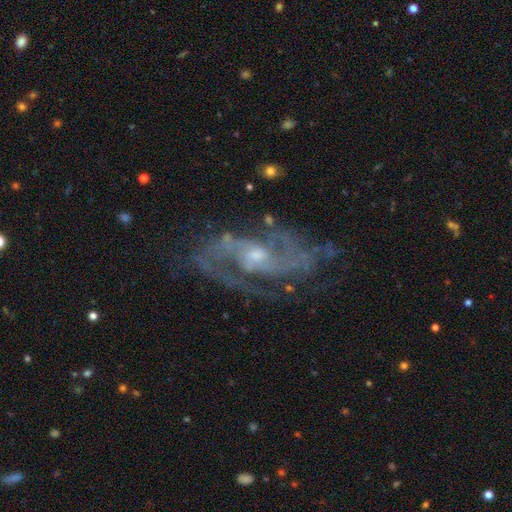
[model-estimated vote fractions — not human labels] This appears to be a featured or disk galaxy (90%) with no bar (49%), 2 (71%) medium (53%) spiral arms (97%) and a small central bulge (49%). Merging: none (66%).